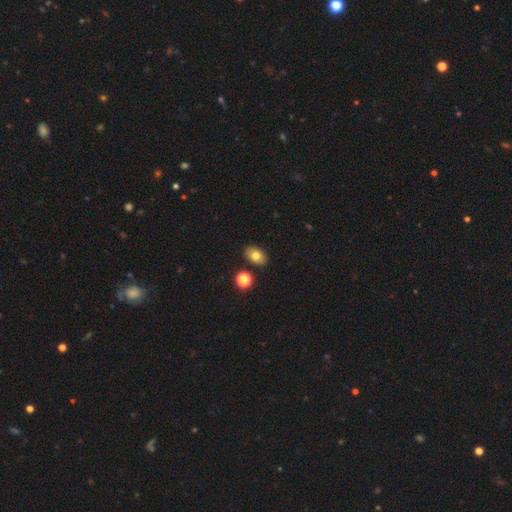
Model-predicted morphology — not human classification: The model was most divided on "smooth or featured": smooth: 77%, featured or disk: 12%, star or artifact: 10%. More confident: merging — none (84%); how rounded — in between (83%).